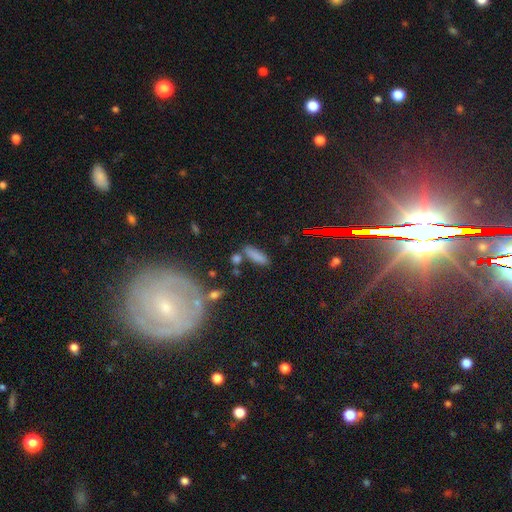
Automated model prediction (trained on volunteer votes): The model was most divided on "how rounded": cigar-shaped: 51%, in between: 47%, round: 3%. More confident: smooth or featured — smooth (81%); merging — none (74%).